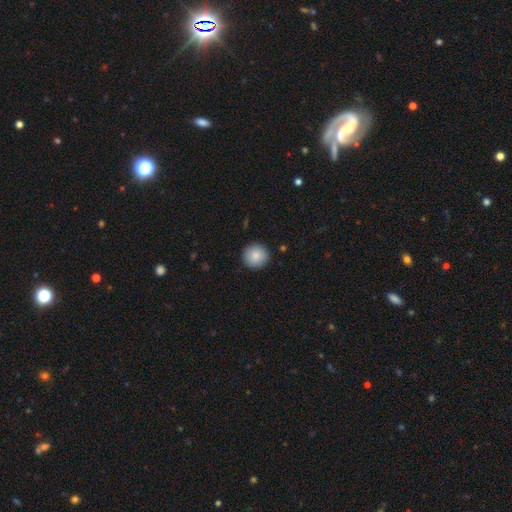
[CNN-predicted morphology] type=smooth (85%); roundness=round (95%); merging=none (92%).